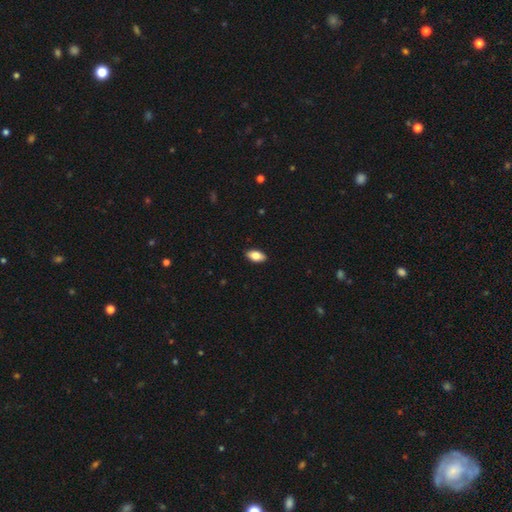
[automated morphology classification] Smooth or featured?
  - smooth: 81% *
  - featured or disk: 12%
  - star or artifact: 7%
How rounded?
  - in between: 92% *
  - cigar-shaped: 4%
  - round: 4%
Merging?
  - none: 90% *
  - minor disturbance: 7%
  - major disturbance: 2%
  - merger: 1%